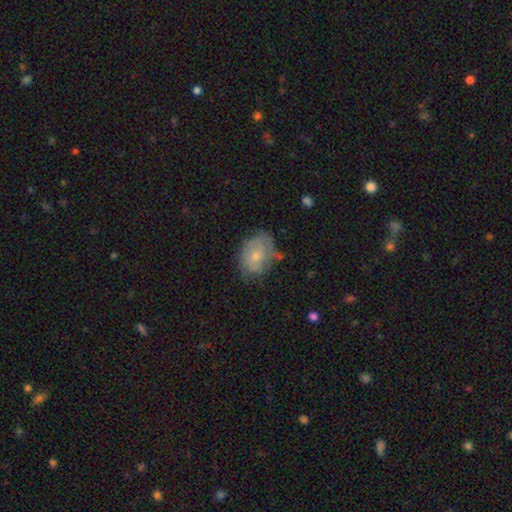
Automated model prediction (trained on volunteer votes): A smooth galaxy with no disk features (56%) that is in between round and cigar-shaped (63%).

Vote fractions:
- Smooth or featured? smooth: 56% / featured or disk: 36% / star or artifact: 8%
- How rounded? in between: 63% / round: 36% / cigar-shaped: 1%
- Merging? none: 54% / minor disturbance: 31% / major disturbance: 12% / merger: 3%